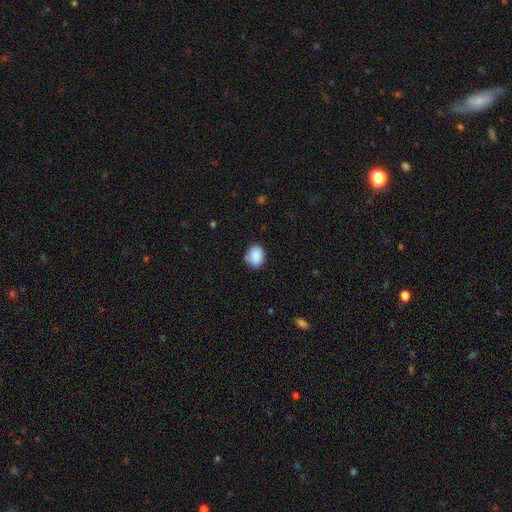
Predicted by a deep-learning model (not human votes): Smooth or featured? Predicted: smooth (p=0.88). How rounded? Predicted: round (p=0.50). Merging? Predicted: none (p=0.74).